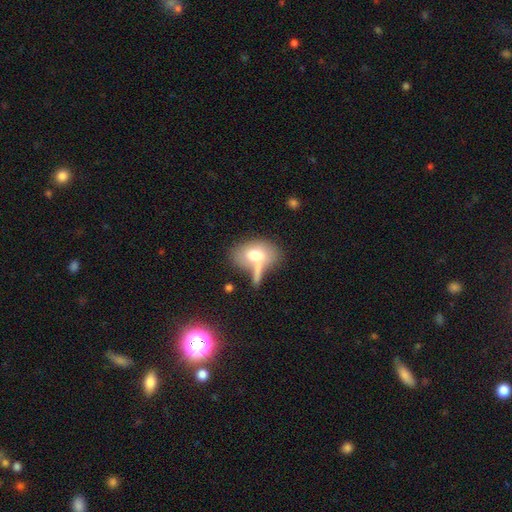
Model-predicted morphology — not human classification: Smooth or featured: smooth — 67% (featured or disk — 25%)
How rounded: in between — 79% (round — 19%)
Merging: none — 36% (merger — 31%)